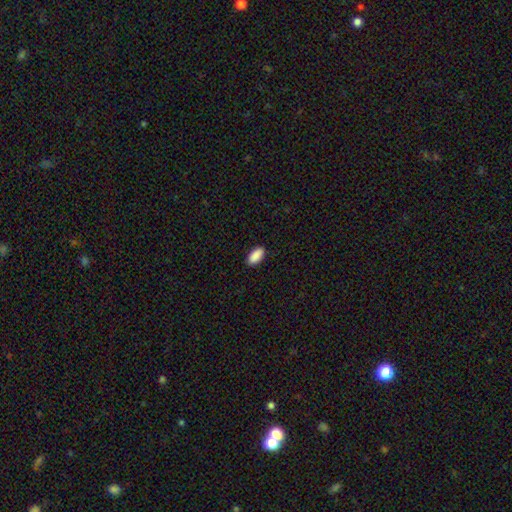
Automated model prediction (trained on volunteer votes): Smooth or featured: smooth — 90% (star or artifact — 7%)
How rounded: in between — 92% (cigar-shaped — 5%)
Merging: none — 89% (minor disturbance — 8%)